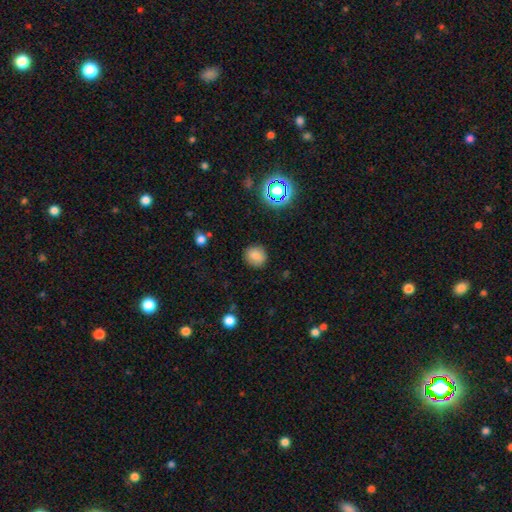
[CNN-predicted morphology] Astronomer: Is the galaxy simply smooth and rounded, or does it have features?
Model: smooth — 81%.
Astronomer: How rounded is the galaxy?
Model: round — 82%.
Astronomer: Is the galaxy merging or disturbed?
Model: none — 87%.